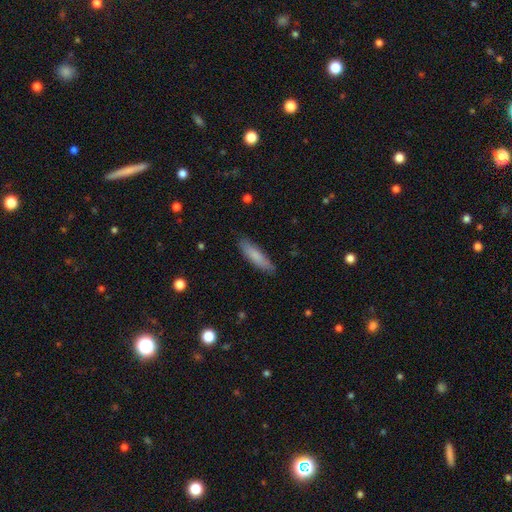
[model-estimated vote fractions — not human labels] A smooth galaxy with no disk features (78%) that is cigar-shaped (73%).

Vote fractions:
- Smooth or featured? smooth: 78% / featured or disk: 16% / star or artifact: 6%
- How rounded? cigar-shaped: 73% / in between: 26% / round: 1%
- Merging? none: 83% / minor disturbance: 13% / major disturbance: 2% / merger: 1%